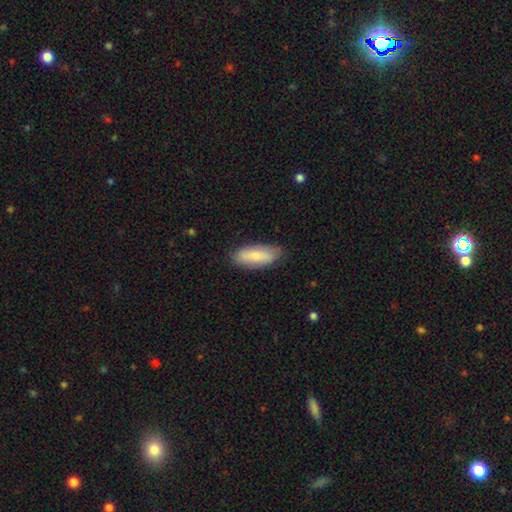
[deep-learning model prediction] Overall: smooth (75%). How rounded: in between (77%). Merging: none (79%).